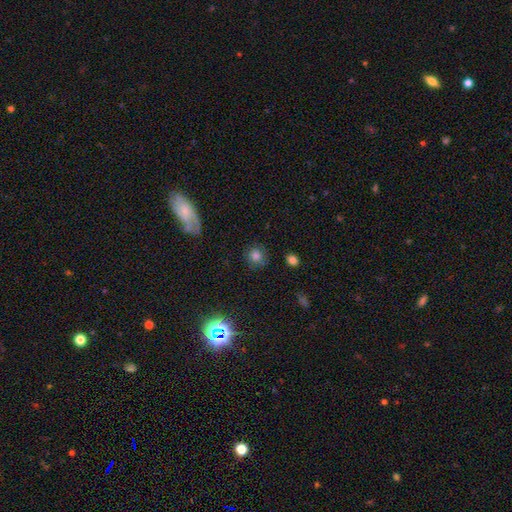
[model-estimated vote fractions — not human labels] This appears to be a smooth galaxy with no disk features (74%) that is round (86%). Merging: none (79%).